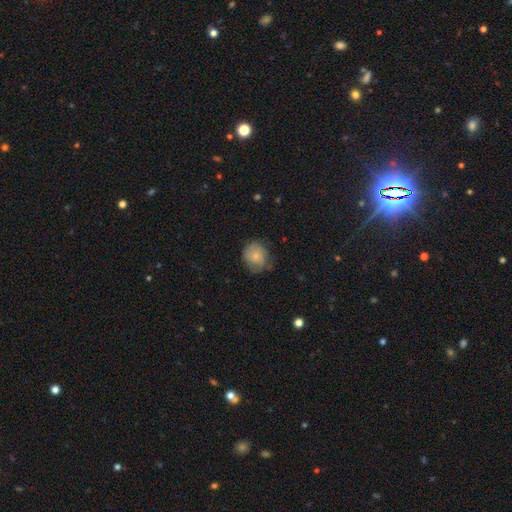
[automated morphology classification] A smooth galaxy with no disk features (74%) that is round (74%). Merging: none (57%).